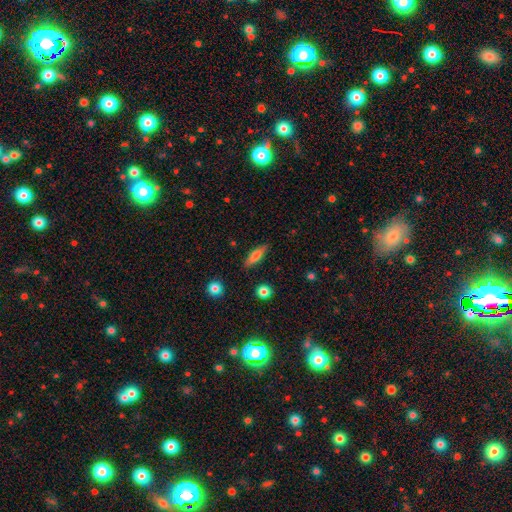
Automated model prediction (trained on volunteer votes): Morphology: type=smooth (73%); roundness=cigar-shaped (53%); merging=none (85%).